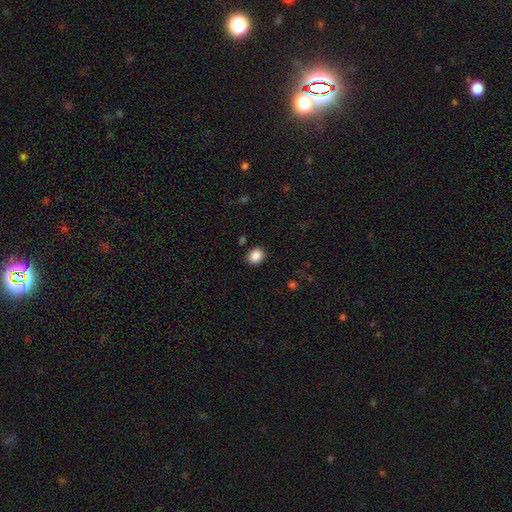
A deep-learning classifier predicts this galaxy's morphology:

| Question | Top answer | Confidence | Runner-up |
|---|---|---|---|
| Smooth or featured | smooth | 88% | star or artifact (9%) |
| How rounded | round | 50% | tied: in between (50%) |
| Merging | none | 87% | minor disturbance (9%) |